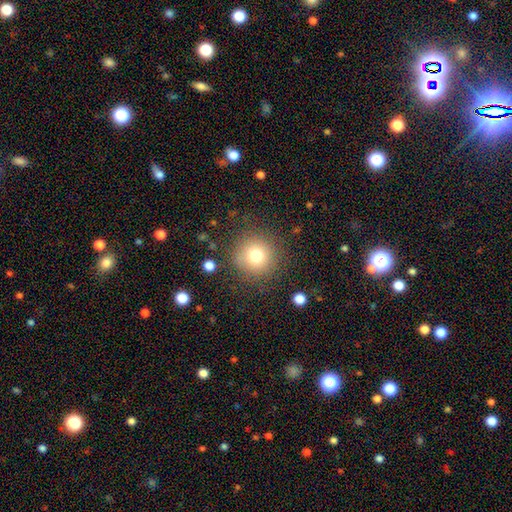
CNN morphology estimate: The model was most divided on "smooth or featured": smooth: 76%, star or artifact: 13%, featured or disk: 11%. More confident: how rounded — round (94%); merging — none (85%).